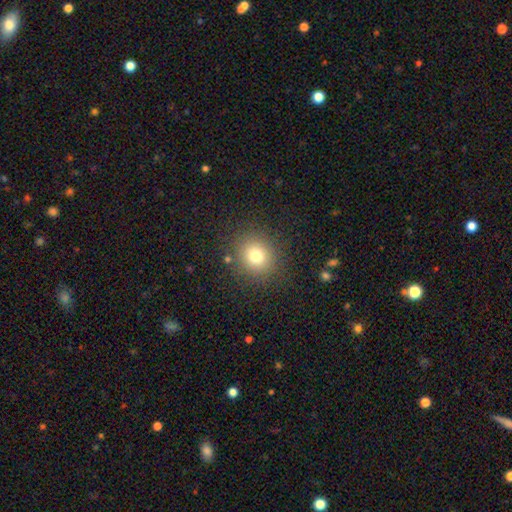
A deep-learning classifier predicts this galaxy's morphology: This appears to be a smooth galaxy with no disk features (76%) that is round (84%). Merging: none (86%).